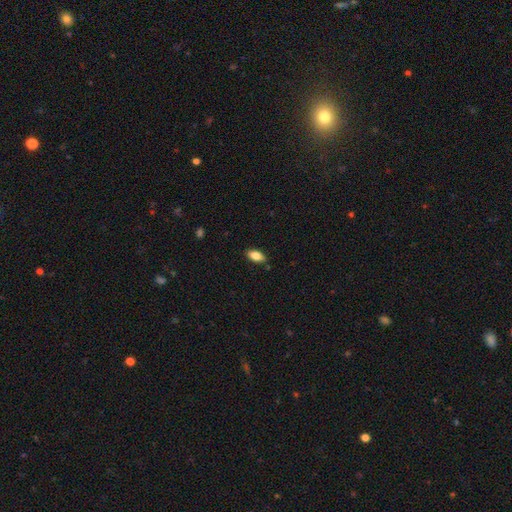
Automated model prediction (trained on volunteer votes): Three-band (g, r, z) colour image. It shows a smooth galaxy with no disk features (84%) that is in between round and cigar-shaped (91%). Merging: none (86%).